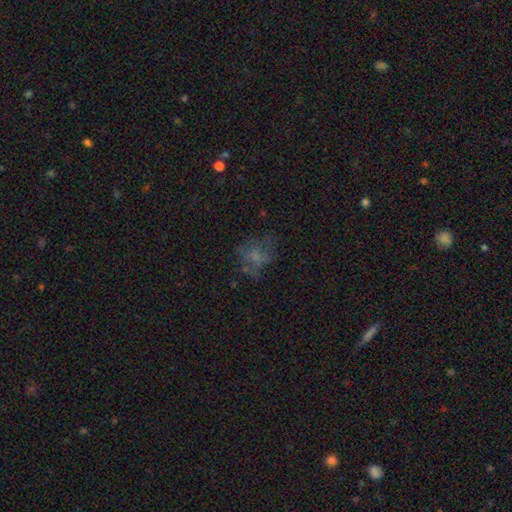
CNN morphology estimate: The model was most divided on "how rounded": round: 57%, in between: 42%, cigar-shaped: 1%. Remaining: smooth or featured — smooth (52%); merging — none (47%).